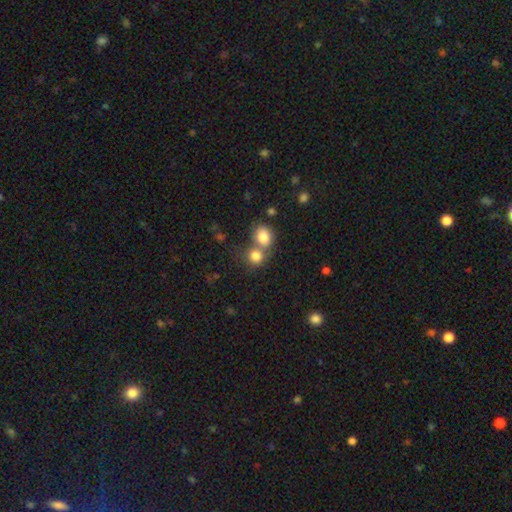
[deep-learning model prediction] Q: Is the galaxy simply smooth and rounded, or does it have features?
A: smooth — 81%.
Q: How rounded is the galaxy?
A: round — 68%.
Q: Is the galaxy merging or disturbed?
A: merger — 52%.